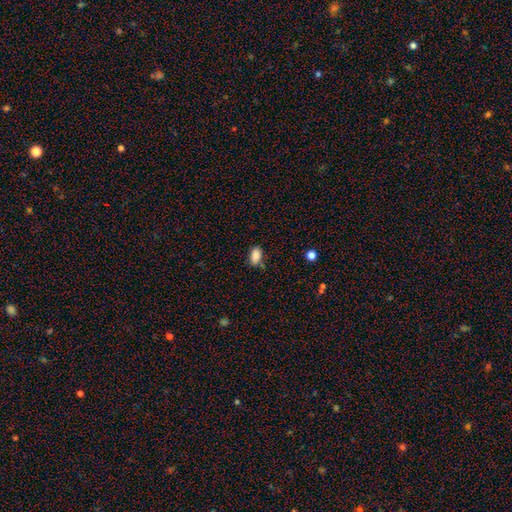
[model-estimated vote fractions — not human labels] smooth_or_featured: smooth (p=0.87) [alt: star or artifact p=0.09]
how_rounded: in between (p=0.90) [alt: round p=0.06]
merging: none (p=0.71) [alt: minor disturbance p=0.20]